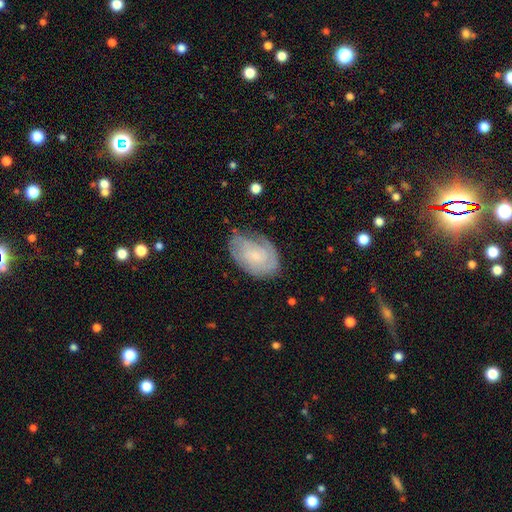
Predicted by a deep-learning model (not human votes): smooth-or-featured: featured or disk: 64% | smooth: 29% | star or artifact: 7%
  disk-edge-on: no: 97% | yes: 3%
    bar: no: 70% | weak: 27% | strong: 4%
    has-spiral-arms: yes: 87% | no: 13%
      spiral-winding: tight: 63% | medium: 28% | loose: 9%
      spiral-arm-count: can't tell: 43% | 2: 29% | 3: 13% | 1: 8% | 4: 4% | more than 4: 3%
    bulge-size: small: 52% | moderate: 21% | none: 21% | large: 4% | dominant: 2%
  merging: none: 66% | minor disturbance: 24% | major disturbance: 9% | merger: 2%